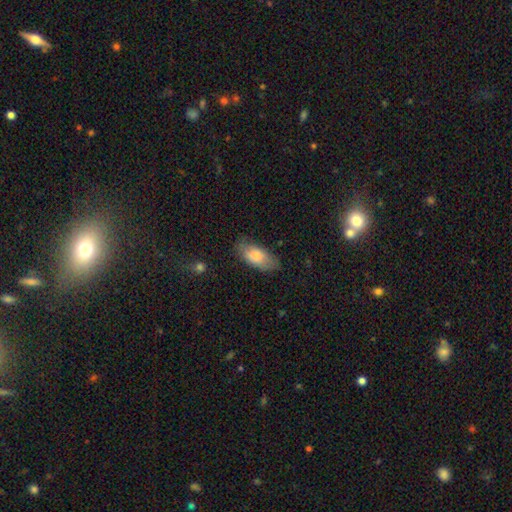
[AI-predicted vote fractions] smooth 81%, featured or disk 13%, star or artifact 6%. Down the decision tree: how rounded — in between (89%); merging — none (72%).